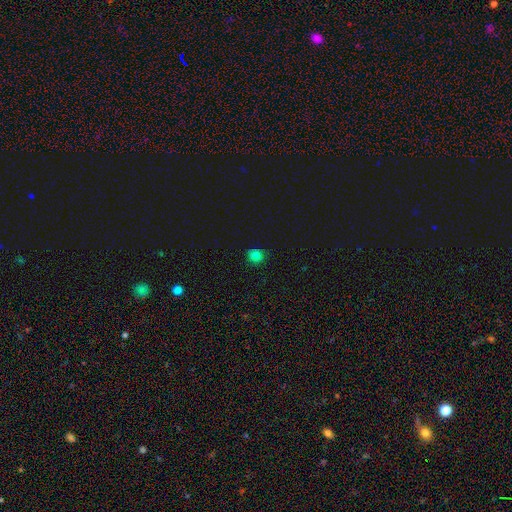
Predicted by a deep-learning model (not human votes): Smooth or featured?
  - smooth: 81% *
  - star or artifact: 15%
  - featured or disk: 3%
How rounded?
  - round: 88% *
  - in between: 11%
  - cigar-shaped: 1%
Merging?
  - none: 85% *
  - minor disturbance: 12%
  - major disturbance: 2%
  - merger: 1%